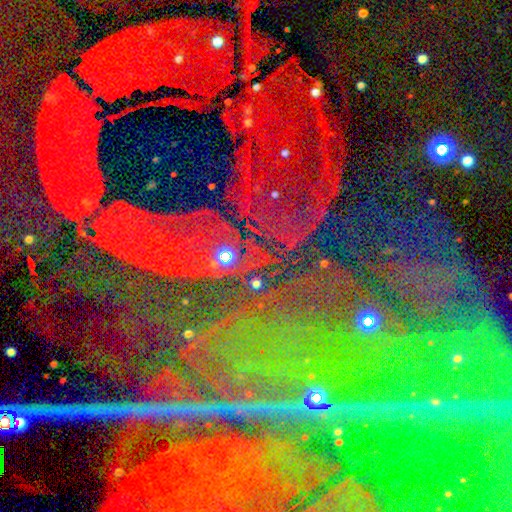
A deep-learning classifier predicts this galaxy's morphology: Overall: star or artifact (86%).